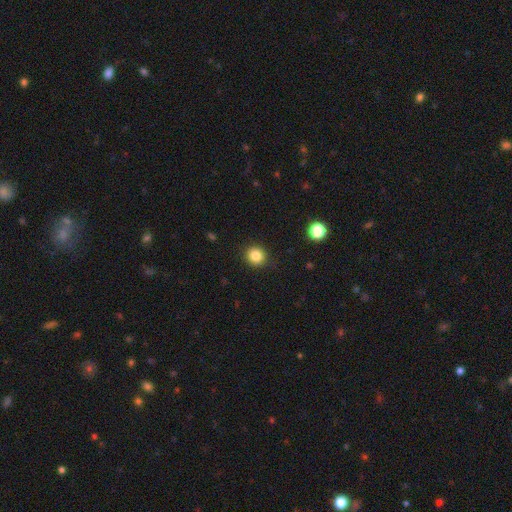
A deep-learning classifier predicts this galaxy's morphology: This appears to be a smooth galaxy with no disk features (84%) that is round (89%). Merging: none (90%).